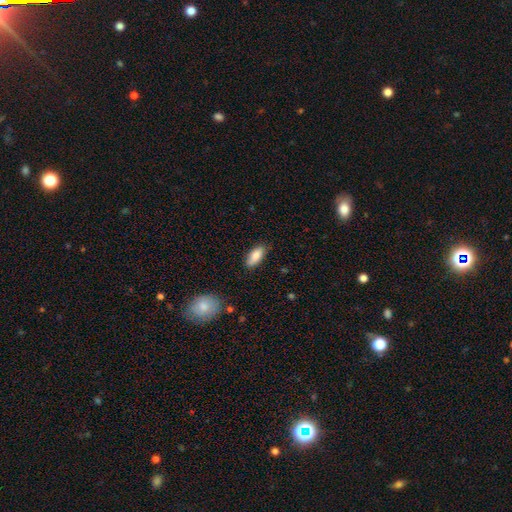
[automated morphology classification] The model was most divided on "how rounded": in between: 82%, cigar-shaped: 16%, round: 2%. More confident: smooth or featured — smooth (83%); merging — none (82%).